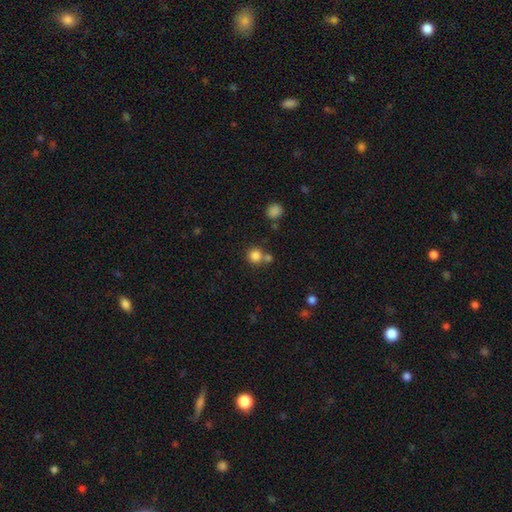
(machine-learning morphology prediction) This is clearly a smooth galaxy (82%). How rounded: clearly round (91%). Merging: likely none (63%).